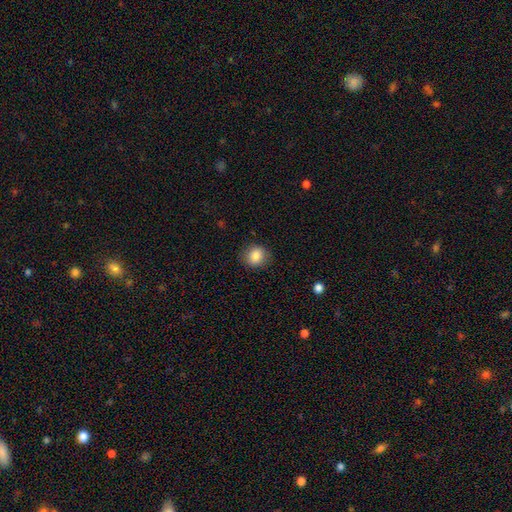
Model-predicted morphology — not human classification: smooth-or-featured: smooth: 85% | star or artifact: 9% | featured or disk: 6%
  how-rounded: round: 75% | in between: 24% | cigar-shaped: 1%
  merging: none: 85% | minor disturbance: 11% | major disturbance: 3% | merger: 1%